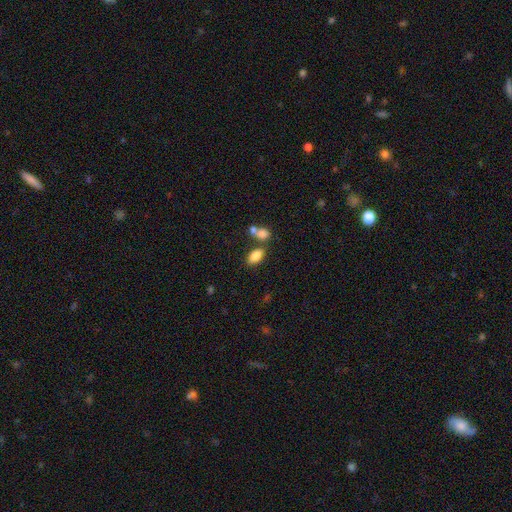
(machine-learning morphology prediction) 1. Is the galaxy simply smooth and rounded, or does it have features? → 84% smooth, 8% star or artifact, 8% featured or disk.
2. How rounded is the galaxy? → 91% in between, 6% round, 3% cigar-shaped.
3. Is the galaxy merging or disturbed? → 60% none, 25% merger, 11% minor disturbance, 4% major disturbance.